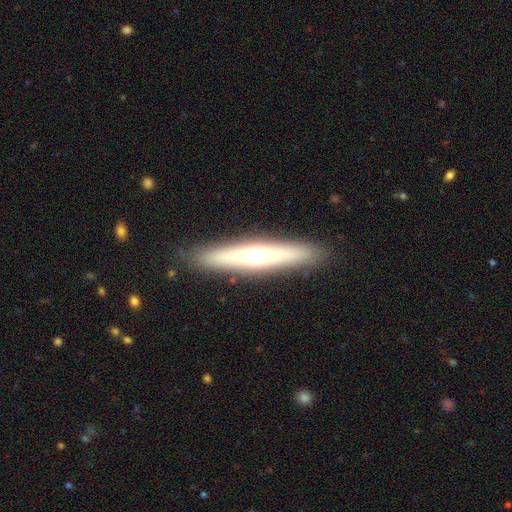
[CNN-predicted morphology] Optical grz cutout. It shows a featured or disk galaxy (53%) viewed edge-on (90%). Merging: none (90%).